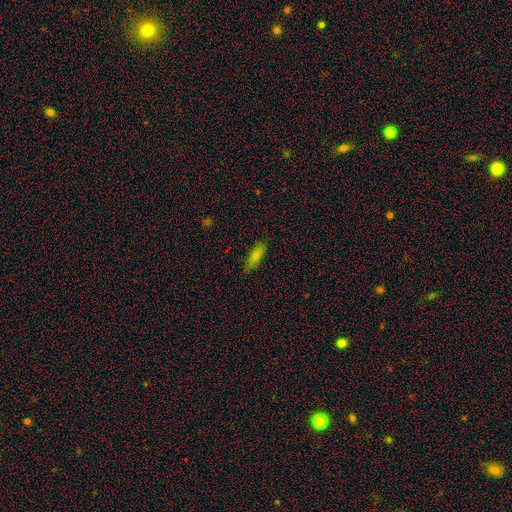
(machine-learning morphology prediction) The model was most divided on "how rounded": in between: 56%, cigar-shaped: 41%, round: 2%. More confident: merging — none (81%); smooth or featured — smooth (79%).